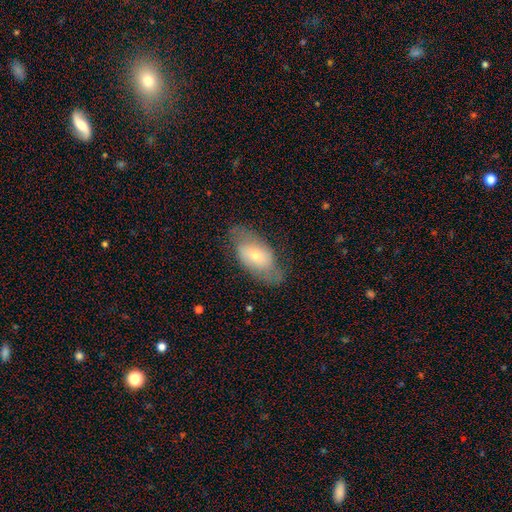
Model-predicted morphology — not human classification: Overall: featured or disk (50%; smooth 42%). Edge-on disk: no (90%). Merging: none (71%).